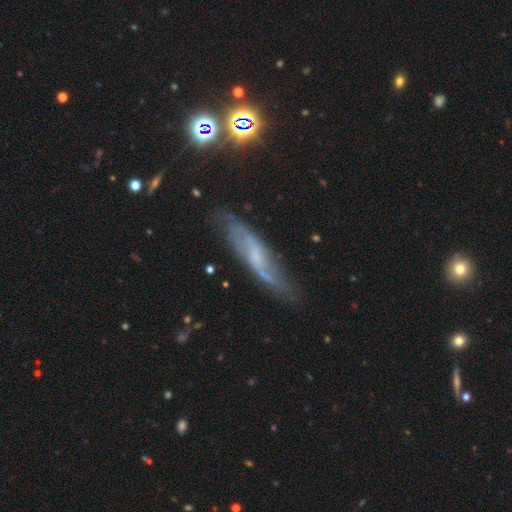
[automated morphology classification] Smooth or featured?
  - featured or disk: 67% *
  - smooth: 23%
  - star or artifact: 10%
Edge-on disk?
  - no: 62% *
  - yes: 38%
Merging?
  - none: 68% *
  - minor disturbance: 21%
  - major disturbance: 8%
  - merger: 3%